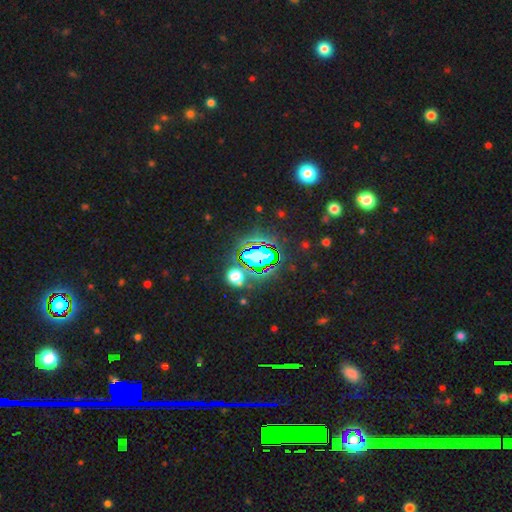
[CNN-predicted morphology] smooth_or_featured: star or artifact (p=0.69) [alt: smooth p=0.18]